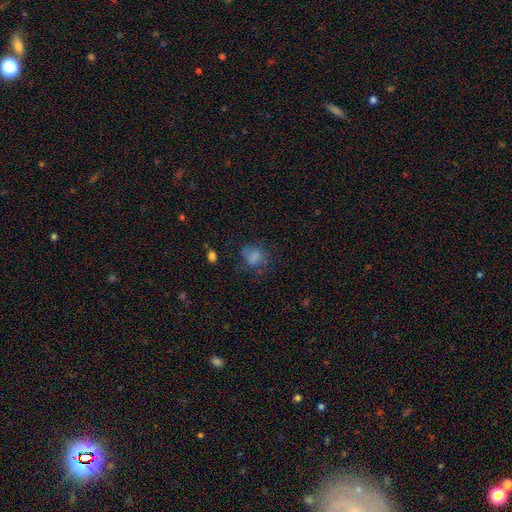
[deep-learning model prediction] smooth 72%, star or artifact 15%, featured or disk 14%. Down the decision tree: how rounded — round (53%); merging — none (51%).